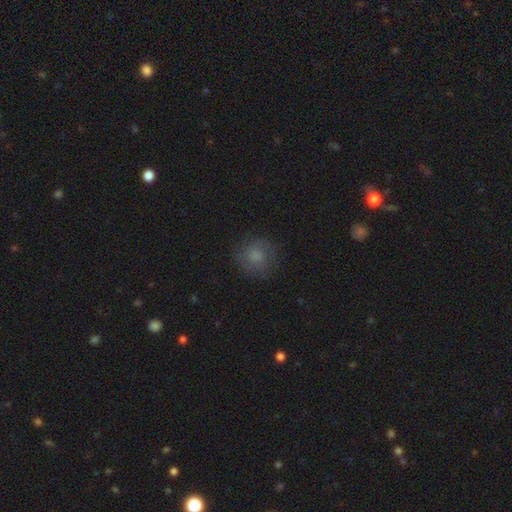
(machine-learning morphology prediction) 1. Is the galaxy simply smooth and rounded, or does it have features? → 74% smooth, 15% featured or disk, 12% star or artifact.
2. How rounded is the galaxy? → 85% round, 14% in between, 1% cigar-shaped.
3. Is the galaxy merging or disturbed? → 77% none, 15% minor disturbance, 7% major disturbance, 1% merger.